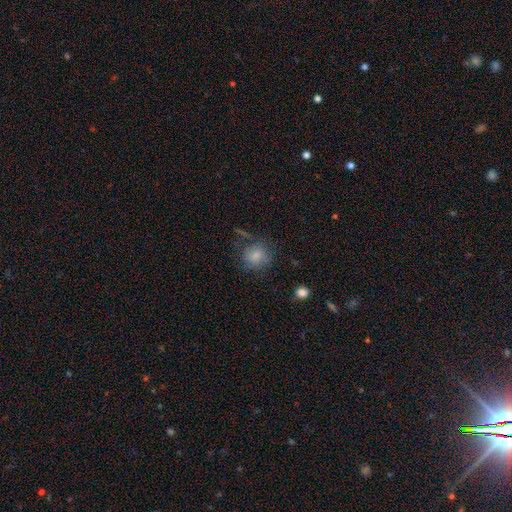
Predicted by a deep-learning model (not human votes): smooth 80%, star or artifact 10%, featured or disk 10%. Down the decision tree: how rounded — round (78%); merging — none (70%).